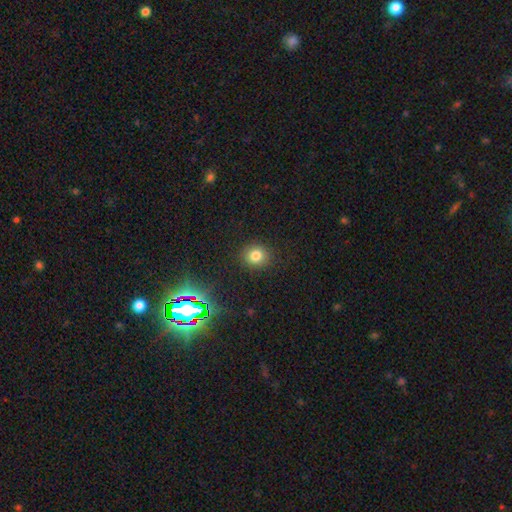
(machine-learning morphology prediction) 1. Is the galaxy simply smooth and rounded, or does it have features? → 78% smooth, 15% star or artifact, 6% featured or disk.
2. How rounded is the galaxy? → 80% round, 19% in between, 1% cigar-shaped.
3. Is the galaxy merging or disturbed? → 88% none, 8% minor disturbance, 3% major disturbance, 1% merger.